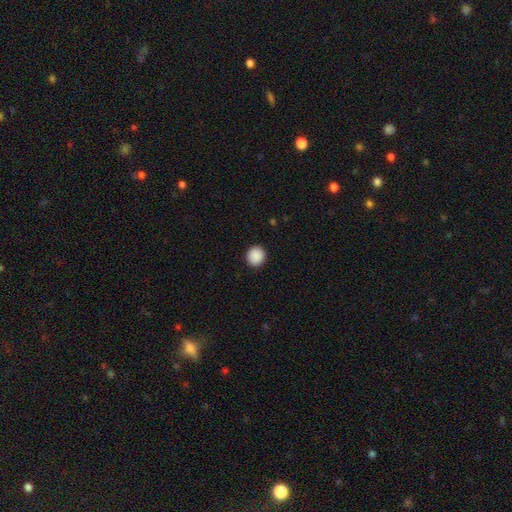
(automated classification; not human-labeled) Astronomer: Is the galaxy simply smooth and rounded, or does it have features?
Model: smooth — 90%.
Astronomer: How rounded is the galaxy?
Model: round — 90%.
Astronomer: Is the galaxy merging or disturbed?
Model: none — 92%.